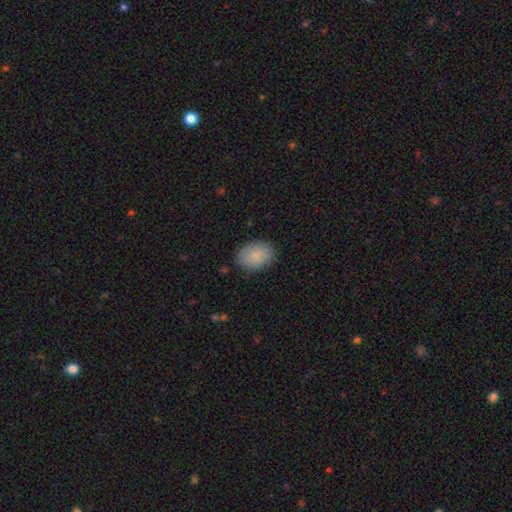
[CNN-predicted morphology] A smooth galaxy with no disk features (87%) that is in between round and cigar-shaped (76%). Merging: none (84%).